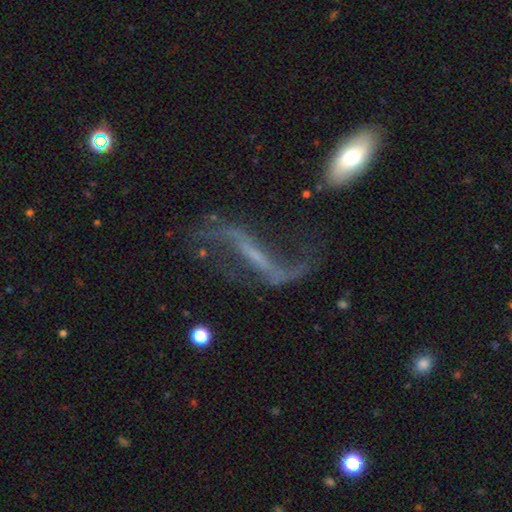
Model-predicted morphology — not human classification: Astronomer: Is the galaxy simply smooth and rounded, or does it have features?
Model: featured or disk — 83%.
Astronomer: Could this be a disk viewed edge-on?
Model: no — 87%.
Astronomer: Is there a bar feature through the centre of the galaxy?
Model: strong — 55%.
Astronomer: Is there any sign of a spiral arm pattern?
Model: yes — 88%.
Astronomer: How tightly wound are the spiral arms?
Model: loose — 91%.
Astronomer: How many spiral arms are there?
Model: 2 — 91%.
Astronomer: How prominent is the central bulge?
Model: small — 49% (runner-up: none, 38%).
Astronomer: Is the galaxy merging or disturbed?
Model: none — 56%.